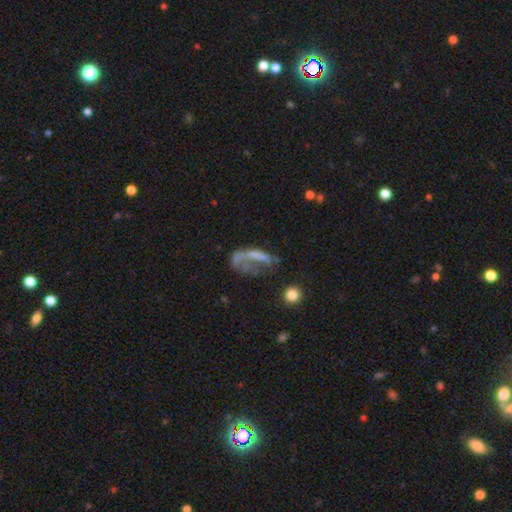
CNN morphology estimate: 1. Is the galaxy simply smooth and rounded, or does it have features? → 46% featured or disk, 36% smooth, 18% star or artifact.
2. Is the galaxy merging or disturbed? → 45% major disturbance, 27% none, 17% minor disturbance, 12% merger.